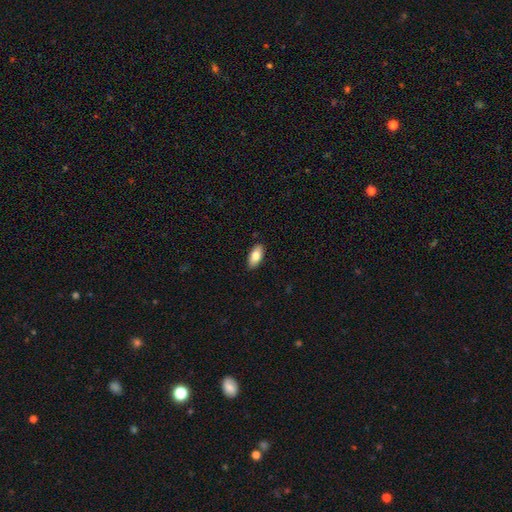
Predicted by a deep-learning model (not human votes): This appears to be a smooth galaxy with no disk features (79%) that is in between round and cigar-shaped (91%). Merging: none (89%).